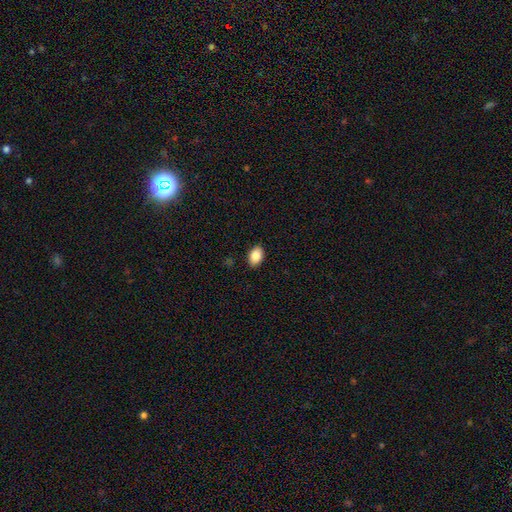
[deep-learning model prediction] Overall: smooth (88%). How rounded: in between (87%). Merging: none (87%).